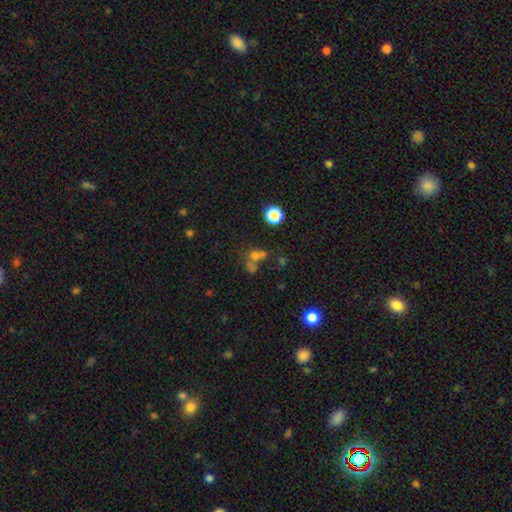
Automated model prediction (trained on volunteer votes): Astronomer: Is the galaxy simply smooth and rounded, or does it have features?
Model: smooth — 43%, tied with star or artifact at 43%.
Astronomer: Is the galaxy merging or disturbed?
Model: none — 48% (runner-up: merger, 34%).